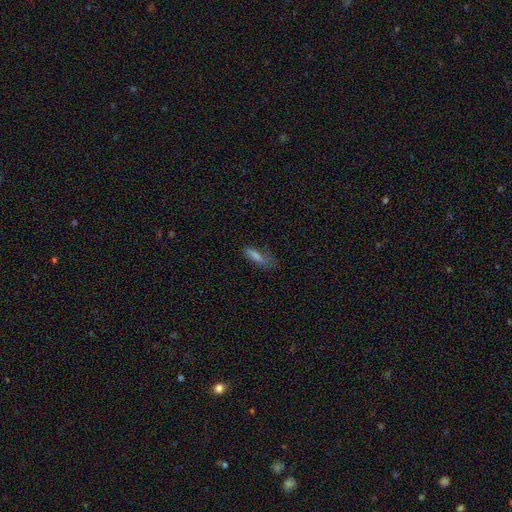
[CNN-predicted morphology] smooth 63%, featured or disk 21%, star or artifact 16%. Down the decision tree: how rounded — cigar-shaped (60%); merging — none (56%).